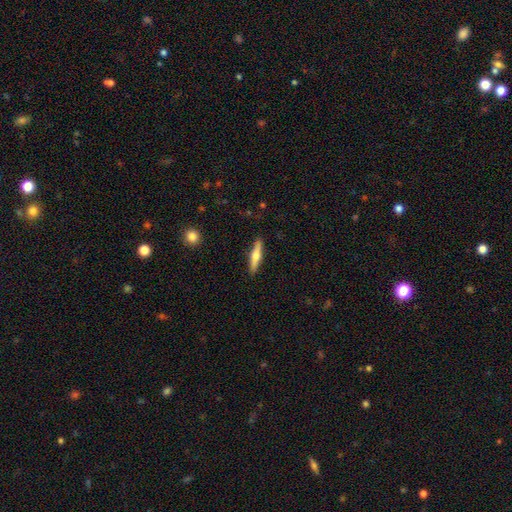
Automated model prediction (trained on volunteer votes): featured or disk 48%, smooth 46%, star or artifact 5%. Down the decision tree: merging — none (90%).